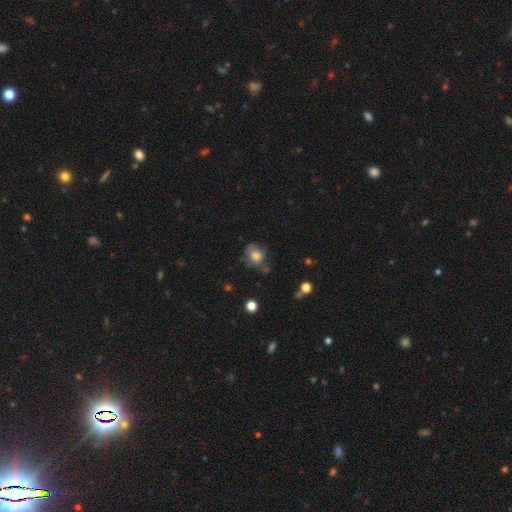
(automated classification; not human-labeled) Smooth or featured? smooth (70%)
How rounded? round (61%)
Merging? none (49%)